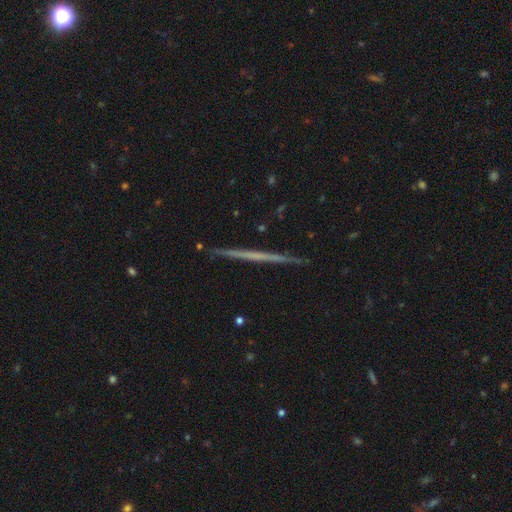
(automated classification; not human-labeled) A featured or disk galaxy (64%) viewed edge-on (98%) with no central bulge (88%).

Vote fractions:
- Smooth or featured? featured or disk: 64% / smooth: 30% / star or artifact: 6%
- Edge-on disk? yes: 98% / no: 2%
- Edge-on bulge? none: 88% / rounded: 9% / boxy: 3%
- Merging? none: 92% / minor disturbance: 6% / major disturbance: 1% / merger: 1%